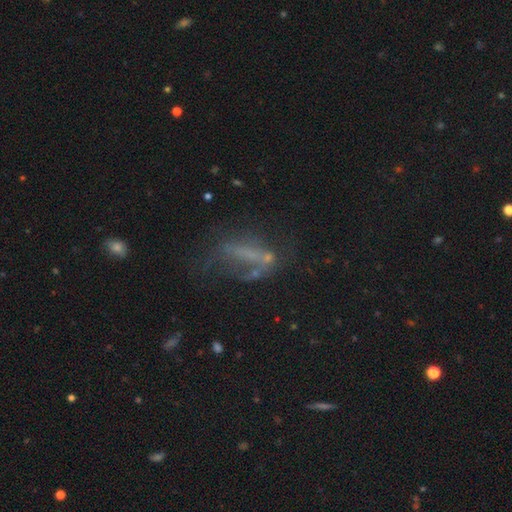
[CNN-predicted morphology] Q: Smooth or featured?
A: featured or disk (42%); runner-up: smooth (32%)
Q: Merging?
A: major disturbance (36%); runner-up: none (34%)